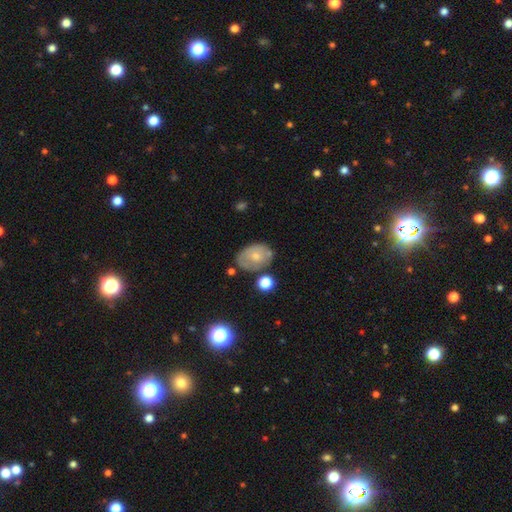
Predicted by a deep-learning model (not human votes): Overall: smooth (58%; featured or disk 34%). How rounded: in between (73%). Merging: none (61%; minor disturbance 23%).